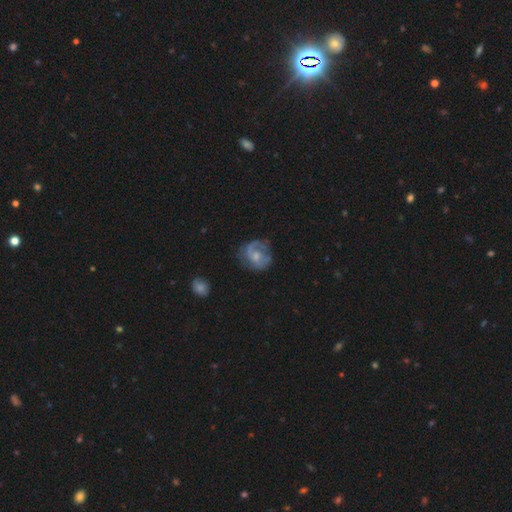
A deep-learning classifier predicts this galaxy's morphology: This is likely a featured or disk galaxy (65%). It is clearly not viewed edge-on (98%). Bar: possibly no (57%). Spiral arm pattern: clearly yes (80%). Spiral arm count: possibly 2 (46%). Spiral winding: marginally medium (42%). Central bulge: possibly small (45%). Merging: possibly none (56%).